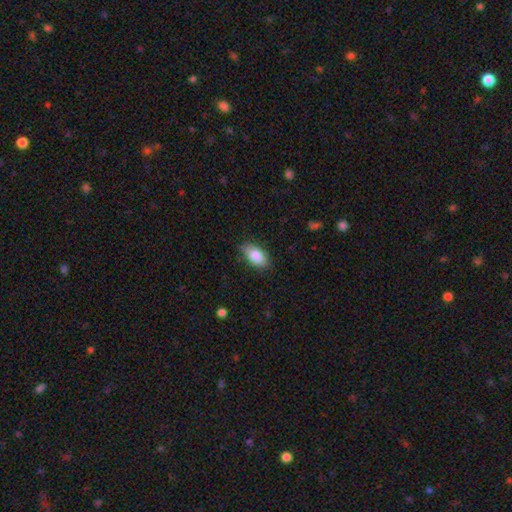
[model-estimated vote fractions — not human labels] Smooth or featured?
  - smooth: 84% *
  - featured or disk: 9%
  - star or artifact: 7%
How rounded?
  - in between: 92% *
  - round: 5%
  - cigar-shaped: 3%
Merging?
  - none: 81% *
  - minor disturbance: 15%
  - major disturbance: 3%
  - merger: 1%